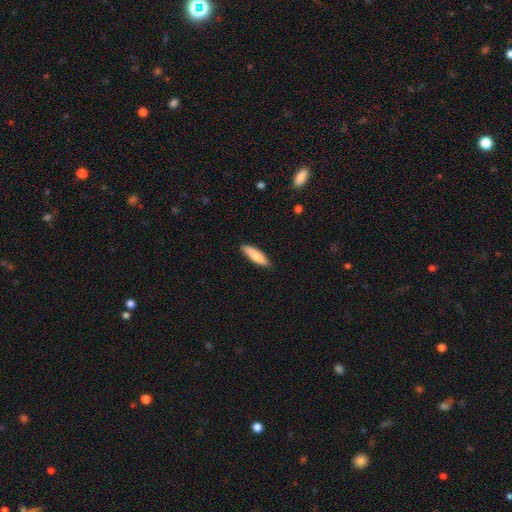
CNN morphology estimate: Smooth or featured?
  - smooth: 83% *
  - featured or disk: 12%
  - star or artifact: 5%
How rounded?
  - cigar-shaped: 65% *
  - in between: 33%
  - round: 1%
Merging?
  - none: 84% *
  - minor disturbance: 13%
  - major disturbance: 2%
  - merger: 1%